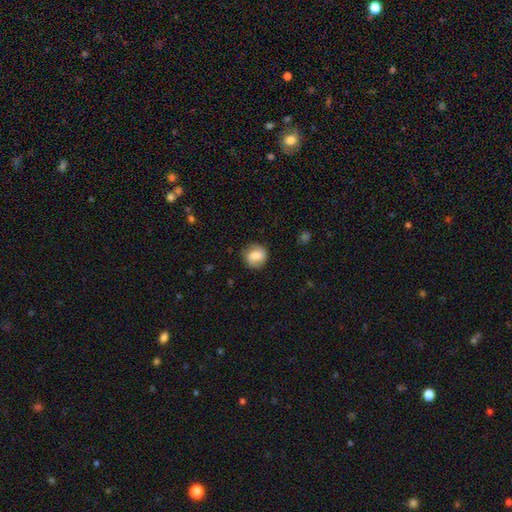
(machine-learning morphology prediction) smooth 64%, featured or disk 27%, star or artifact 8%. Down the decision tree: how rounded — round (84%); merging — none (80%).